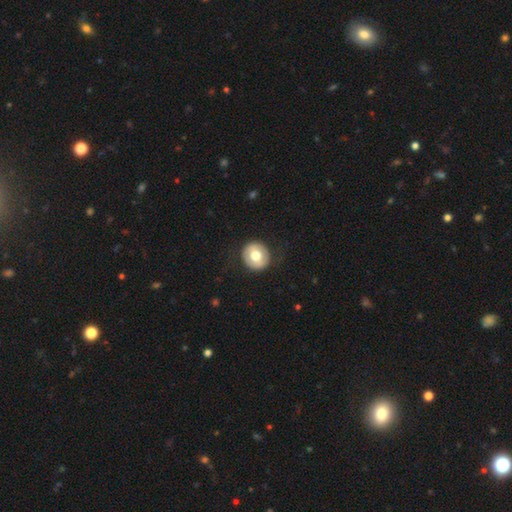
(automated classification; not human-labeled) Smooth or featured: smooth — 65% (featured or disk — 29%)
How rounded: round — 90% (in between — 9%)
Merging: none — 85% (minor disturbance — 10%)